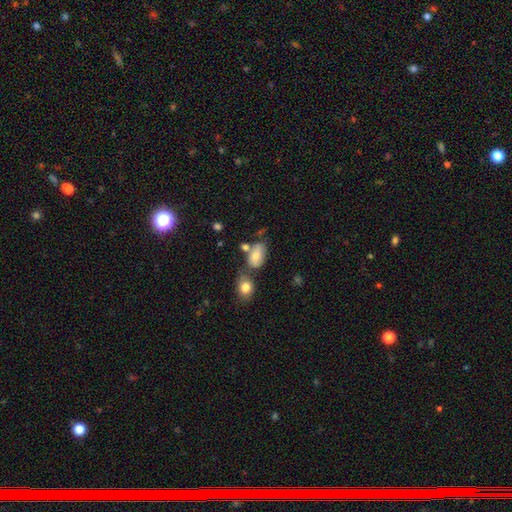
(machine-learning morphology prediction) Overall: smooth (74%). How rounded: in between (89%). Merging: none (45%; merger 25%).